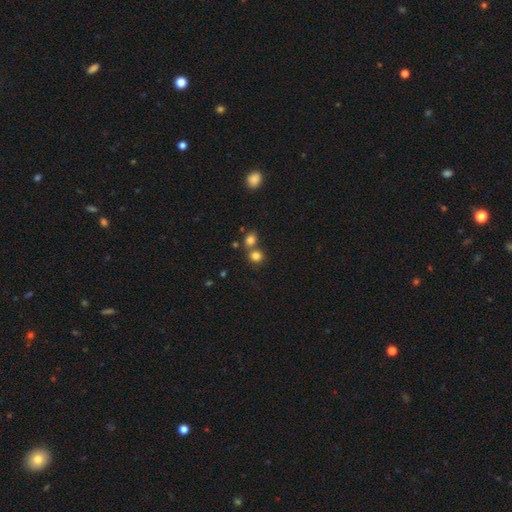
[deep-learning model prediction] Overall: smooth (81%). How rounded: round (79%). Merging: none (54%; merger 35%).